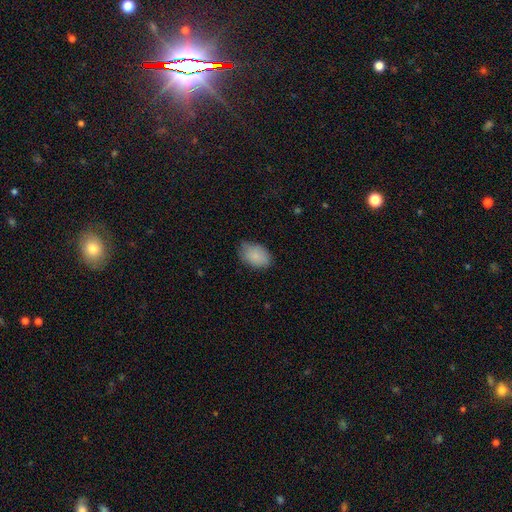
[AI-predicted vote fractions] This appears to be a smooth galaxy with no disk features (86%) that is in between round and cigar-shaped (87%). Merging: none (71%).